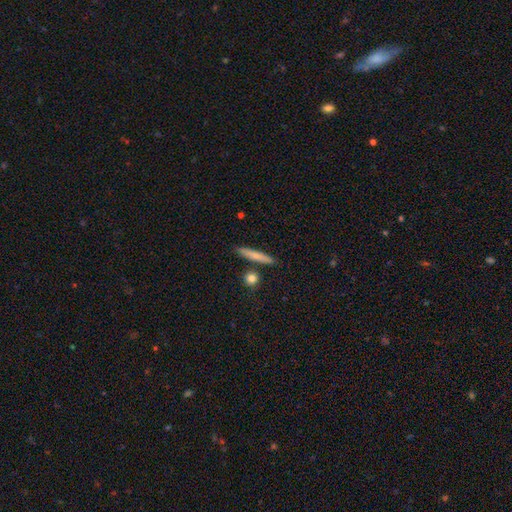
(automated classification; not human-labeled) smooth 68%, featured or disk 26%, star or artifact 6%. Down the decision tree: how rounded — cigar-shaped (89%); merging — none (84%).